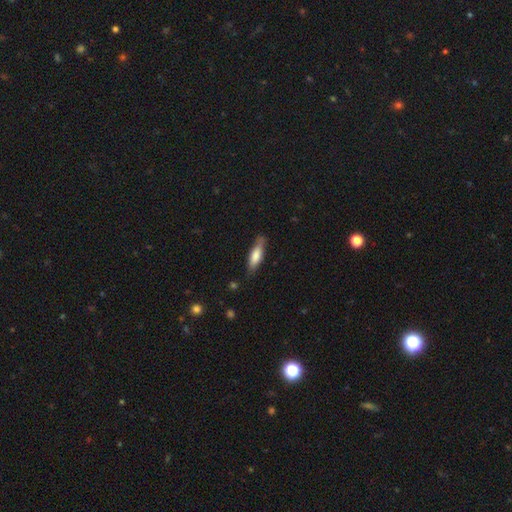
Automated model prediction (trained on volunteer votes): Smooth or featured?
  - smooth: 71% *
  - featured or disk: 23%
  - star or artifact: 6%
How rounded?
  - cigar-shaped: 60% *
  - in between: 39%
  - round: 2%
Merging?
  - none: 75% *
  - minor disturbance: 19%
  - major disturbance: 4%
  - merger: 2%